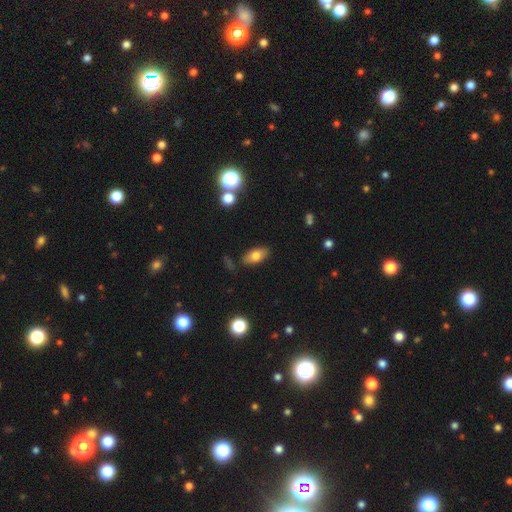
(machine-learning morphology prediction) Overall: smooth (74%). How rounded: in between (89%). Merging: none (83%).